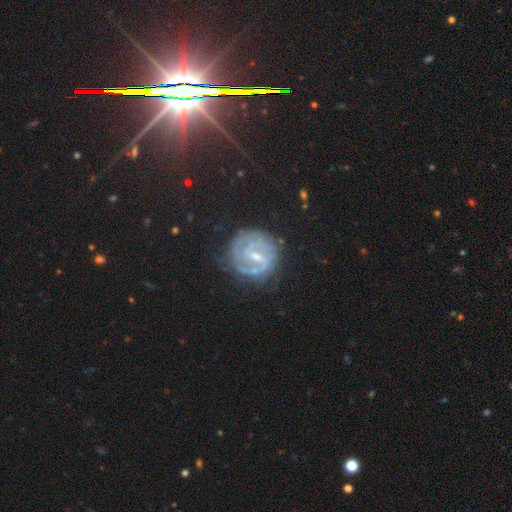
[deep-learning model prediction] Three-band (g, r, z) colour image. It shows a featured or disk galaxy (80%) with a weak bar (52%), 2 (55%) tight (60%) spiral arms (93%) and a small central bulge (60%). Merging: none (75%).